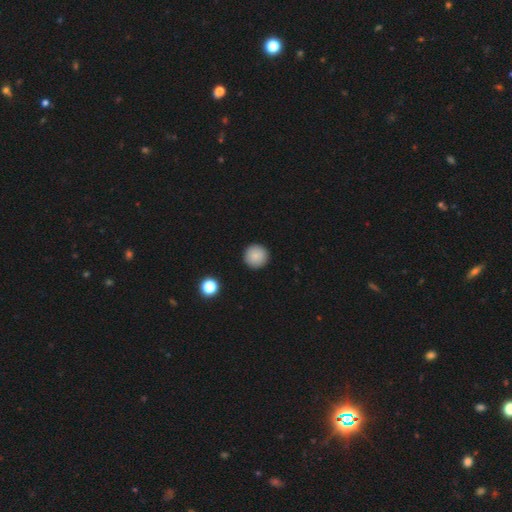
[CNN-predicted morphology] Overall: smooth (87%). How rounded: round (96%). Merging: none (93%).